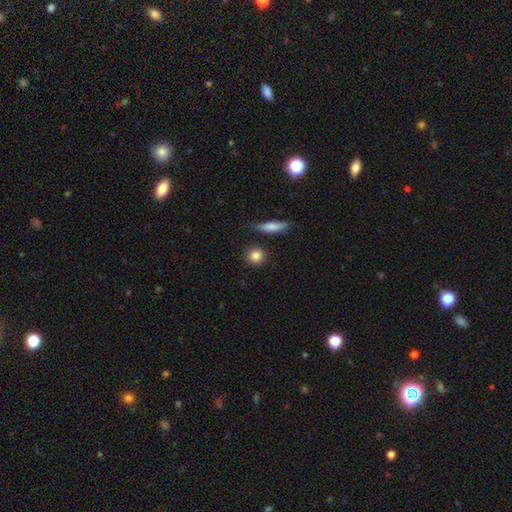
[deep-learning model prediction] Smooth or featured?
  - smooth: 86% *
  - star or artifact: 8%
  - featured or disk: 6%
How rounded?
  - round: 85% *
  - in between: 12%
  - cigar-shaped: 3%
Merging?
  - none: 86% *
  - minor disturbance: 8%
  - merger: 4%
  - major disturbance: 2%